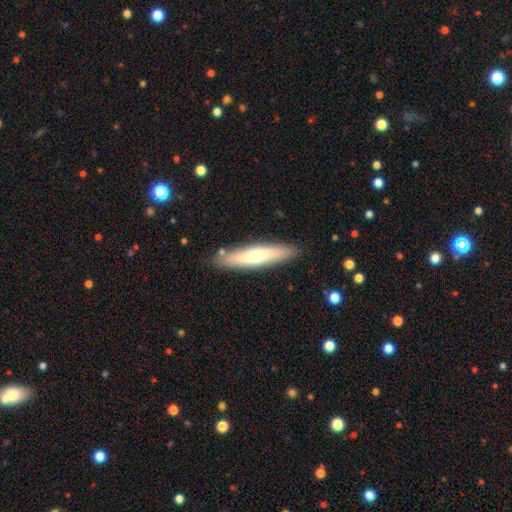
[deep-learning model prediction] The model was most divided on "smooth or featured": smooth: 54%, featured or disk: 40%, star or artifact: 6%. More confident: merging — none (87%); how rounded — cigar-shaped (82%).